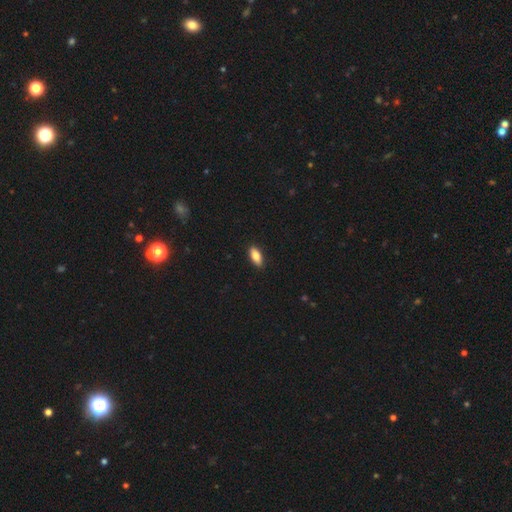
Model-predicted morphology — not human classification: smooth 83%, featured or disk 10%, star or artifact 7%. Down the decision tree: how rounded — in between (84%); merging — none (89%).